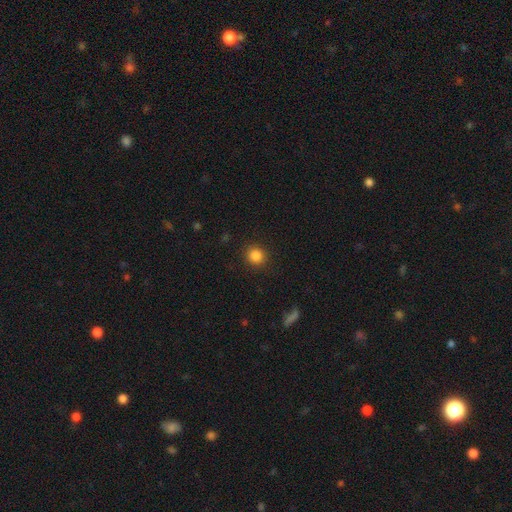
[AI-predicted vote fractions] A smooth galaxy with no disk features (85%) that is round (89%).

Vote fractions:
- Smooth or featured? smooth: 85% / star or artifact: 11% / featured or disk: 4%
- How rounded? round: 89% / in between: 10% / cigar-shaped: 1%
- Merging? none: 90% / minor disturbance: 6% / major disturbance: 2% / merger: 1%